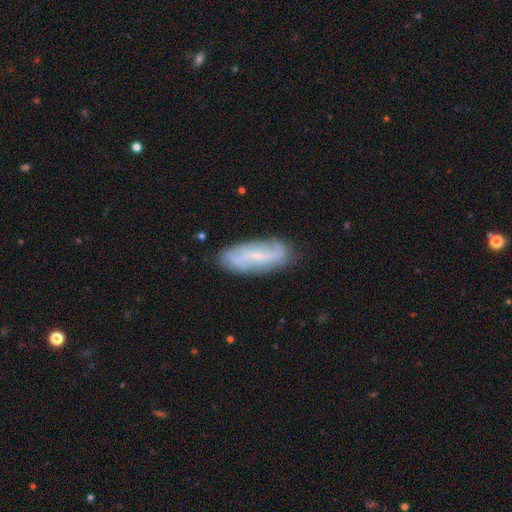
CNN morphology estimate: featured or disk 66%, smooth 27%, star or artifact 7%. Down the decision tree: edge-on disk — no (86%); bar — weak (43%); spiral arms — yes (84%); bulge size — small (78%); merging — none (82%).